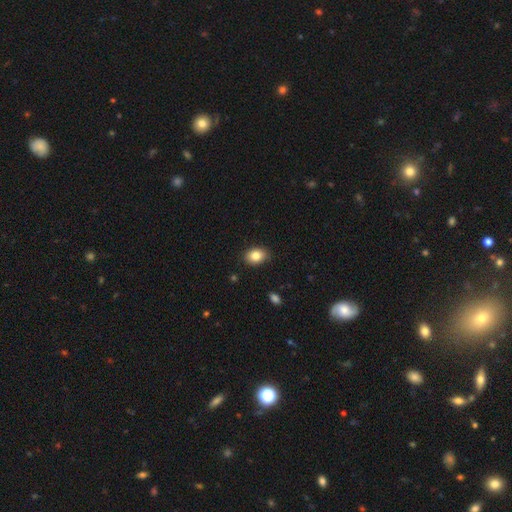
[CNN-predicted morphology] type=smooth (85%); roundness=in between (73%); merging=none (87%).